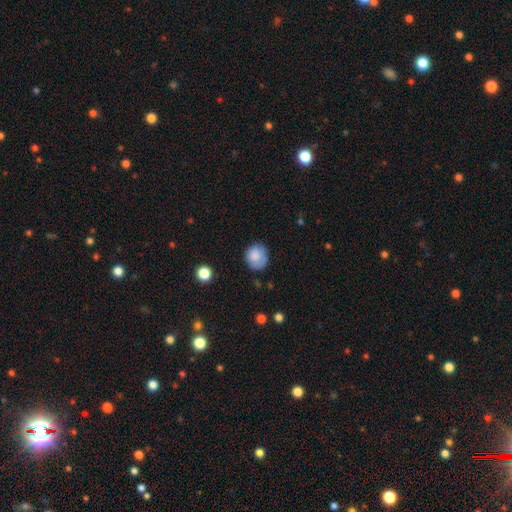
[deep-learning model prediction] The model was most divided on "merging": none: 67%, minor disturbance: 24%, major disturbance: 7%, merger: 2%. More confident: smooth or featured — smooth (81%); how rounded — round (75%).